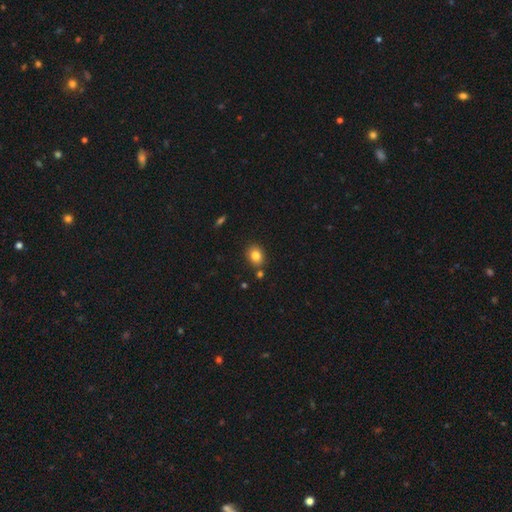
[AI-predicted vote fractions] This appears to be a smooth galaxy with no disk features (82%) that is in between round and cigar-shaped (54%). Merging: none (80%).